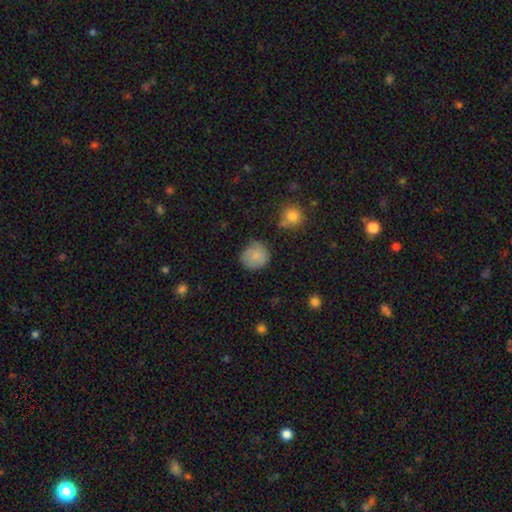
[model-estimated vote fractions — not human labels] A smooth galaxy with no disk features (81%) that is round (88%).

Vote fractions:
- Smooth or featured? smooth: 81% / featured or disk: 11% / star or artifact: 9%
- How rounded? round: 88% / in between: 11% / cigar-shaped: 1%
- Merging? none: 67% / minor disturbance: 24% / major disturbance: 6% / merger: 3%